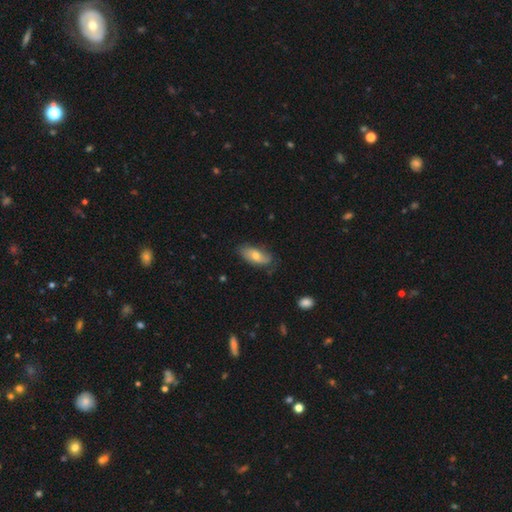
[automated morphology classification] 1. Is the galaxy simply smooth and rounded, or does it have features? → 65% smooth, 28% featured or disk, 7% star or artifact.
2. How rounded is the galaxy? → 86% in between, 11% cigar-shaped, 3% round.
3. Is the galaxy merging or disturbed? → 66% none, 27% minor disturbance, 6% major disturbance, 2% merger.